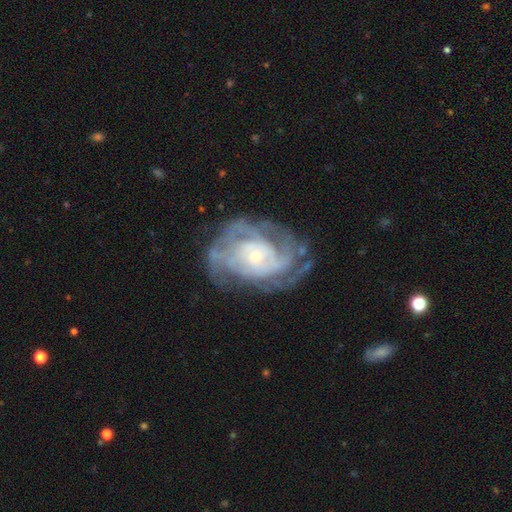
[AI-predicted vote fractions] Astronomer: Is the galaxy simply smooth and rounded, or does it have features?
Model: featured or disk — 86%.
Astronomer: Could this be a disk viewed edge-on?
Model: no — 97%.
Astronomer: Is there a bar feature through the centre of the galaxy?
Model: no — 75%.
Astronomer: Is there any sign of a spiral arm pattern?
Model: yes — 93%.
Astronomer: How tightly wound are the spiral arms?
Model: tight — 62%.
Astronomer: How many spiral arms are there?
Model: can't tell — 35% (runner-up: 3, 19%).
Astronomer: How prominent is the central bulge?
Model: small — 73%.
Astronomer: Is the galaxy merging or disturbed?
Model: none — 65%.